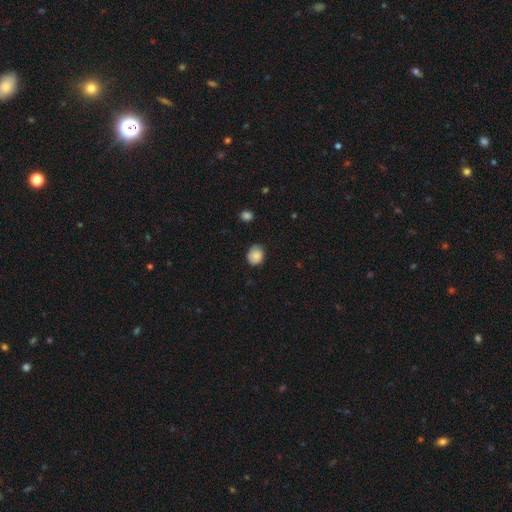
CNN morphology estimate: Overall: smooth (85%). How rounded: round (64%; in between 35%). Merging: none (70%).